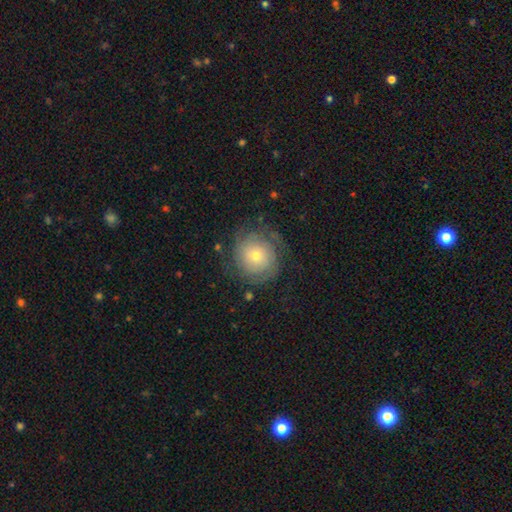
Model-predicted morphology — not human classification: smooth_or_featured: featured or disk (p=0.61) [alt: smooth p=0.30]
disk_edge_on: no (p=0.97) [alt: yes p=0.03]
bar: no (p=0.83) [alt: weak p=0.14]
has_spiral_arms: yes (p=0.84) [alt: no p=0.16]
bulge_size: small (p=0.59) [alt: moderate p=0.35]
merging: none (p=0.73) [alt: minor disturbance p=0.15]